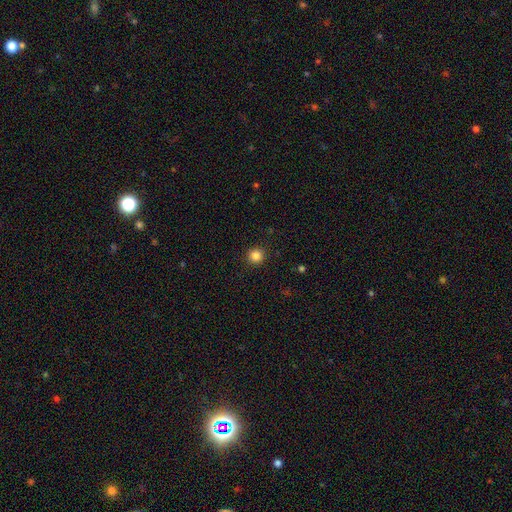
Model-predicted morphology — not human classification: A smooth galaxy with no disk features (85%) that is round (95%).

Vote fractions:
- Smooth or featured? smooth: 85% / star or artifact: 11% / featured or disk: 4%
- How rounded? round: 95% / in between: 4% / cigar-shaped: 1%
- Merging? none: 92% / minor disturbance: 5% / major disturbance: 2% / merger: 1%